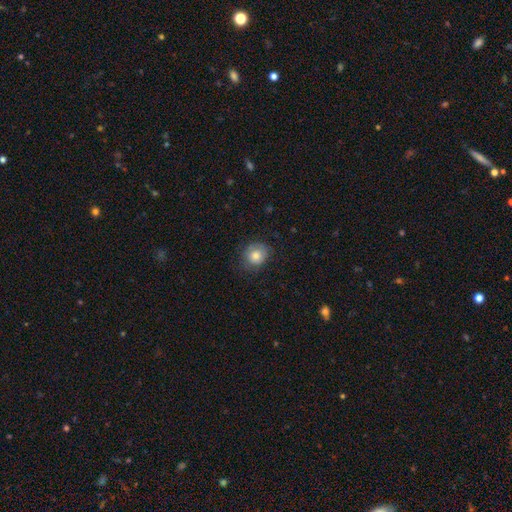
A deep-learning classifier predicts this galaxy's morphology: Smooth or featured?
  - smooth: 77% *
  - featured or disk: 15%
  - star or artifact: 9%
How rounded?
  - round: 75% *
  - in between: 24%
  - cigar-shaped: 1%
Merging?
  - none: 72% *
  - minor disturbance: 21%
  - major disturbance: 6%
  - merger: 1%